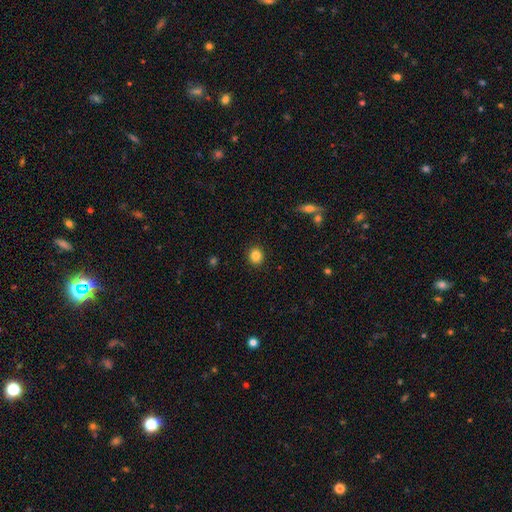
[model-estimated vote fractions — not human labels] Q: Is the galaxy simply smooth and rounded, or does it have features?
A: smooth — 84%.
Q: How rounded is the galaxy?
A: round — 81%.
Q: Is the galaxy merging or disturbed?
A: none — 91%.